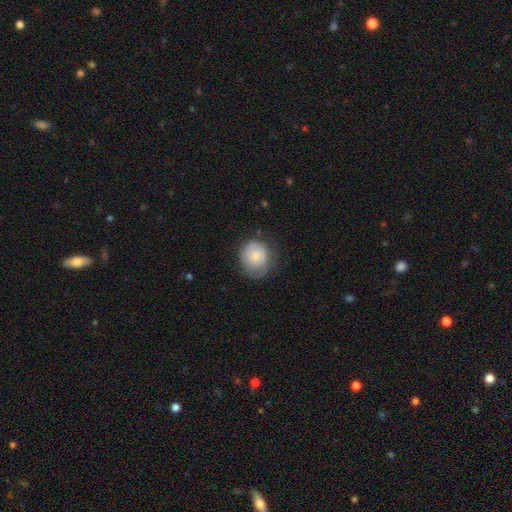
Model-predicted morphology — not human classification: The model was most divided on "merging": none: 62%, minor disturbance: 26%, major disturbance: 10%, merger: 1%. More confident: how rounded — round (81%); smooth or featured — smooth (66%).